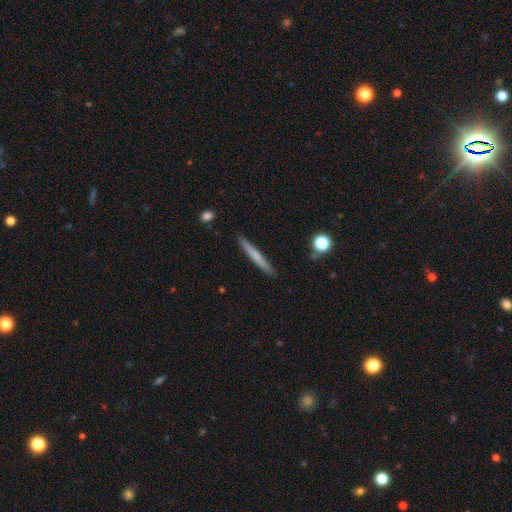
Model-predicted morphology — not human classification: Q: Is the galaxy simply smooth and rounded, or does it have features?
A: smooth — 61%.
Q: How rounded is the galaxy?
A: cigar-shaped — 96%.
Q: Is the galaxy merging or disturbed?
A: none — 90%.